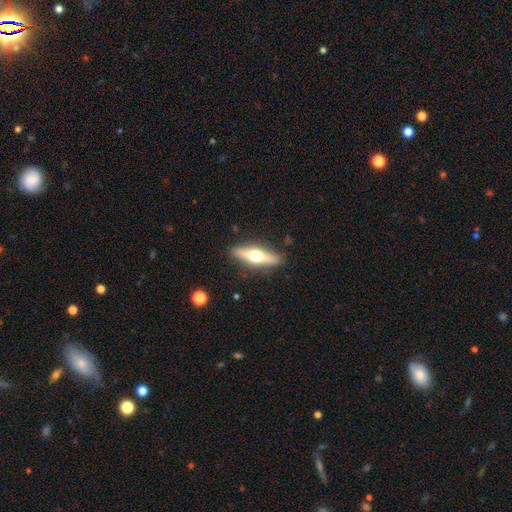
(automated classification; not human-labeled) Morphology: type=featured or disk (55%); edge-on=yes (92%); edge-on bulge=rounded (95%); merging=none (88%).